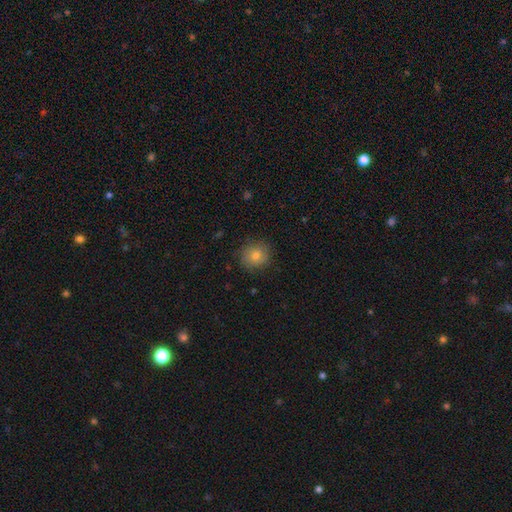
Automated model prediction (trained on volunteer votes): smooth 76%, featured or disk 12%, star or artifact 12%. Down the decision tree: how rounded — round (88%); merging — none (85%).